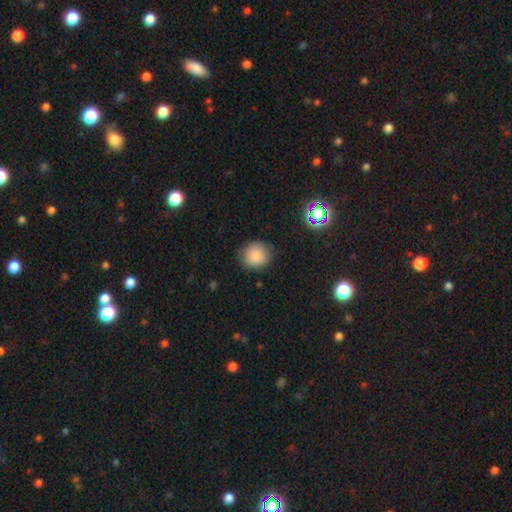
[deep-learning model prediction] This appears to be a smooth galaxy with no disk features (84%) that is round (83%). Merging: none (84%).